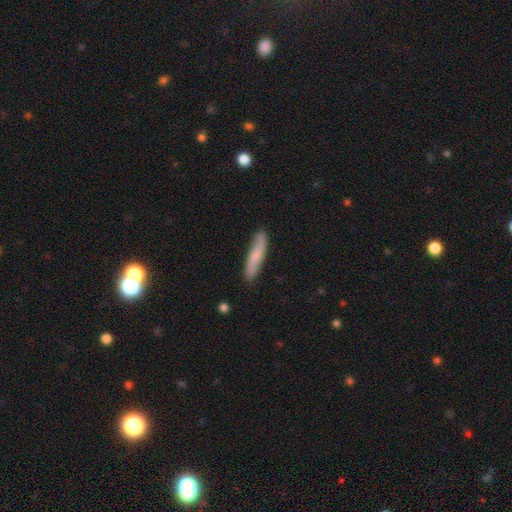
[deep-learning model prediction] A smooth galaxy with no disk features (65%) that is cigar-shaped (87%).

Vote fractions:
- Smooth or featured? smooth: 65% / featured or disk: 30% / star or artifact: 5%
- How rounded? cigar-shaped: 87% / in between: 12% / round: 2%
- Merging? none: 85% / minor disturbance: 12% / major disturbance: 2% / merger: 1%